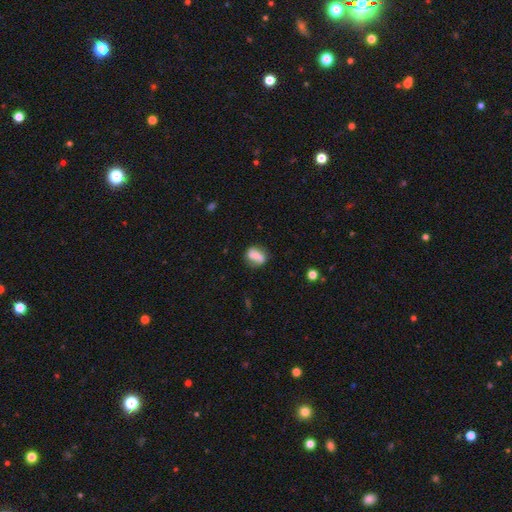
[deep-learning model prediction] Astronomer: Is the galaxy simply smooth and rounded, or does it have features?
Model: smooth — 55% (runner-up: featured or disk, 36%).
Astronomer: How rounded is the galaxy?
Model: in between — 57% (runner-up: round, 40%).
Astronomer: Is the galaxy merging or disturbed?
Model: none — 64%.